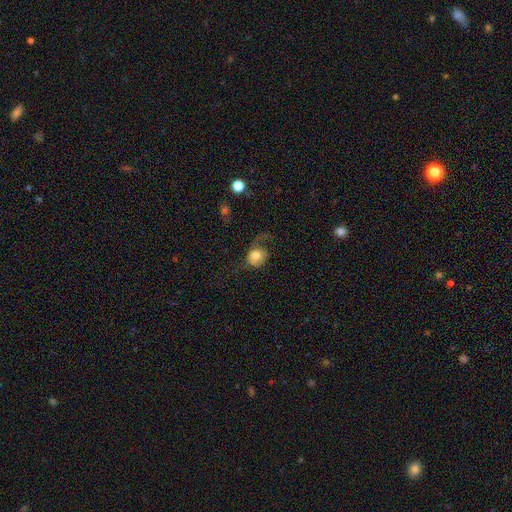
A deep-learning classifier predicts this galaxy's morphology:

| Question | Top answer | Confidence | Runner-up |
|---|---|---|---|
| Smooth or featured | smooth | 62% | featured or disk (30%) |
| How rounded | round | 65% | in between (34%) |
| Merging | major disturbance | 44% | none (32%) |